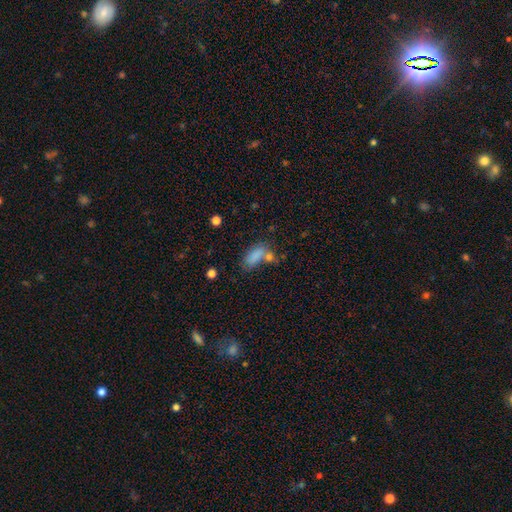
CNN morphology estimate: A smooth galaxy with no disk features (81%) that is in between round and cigar-shaped (82%). Merging: none (41%).